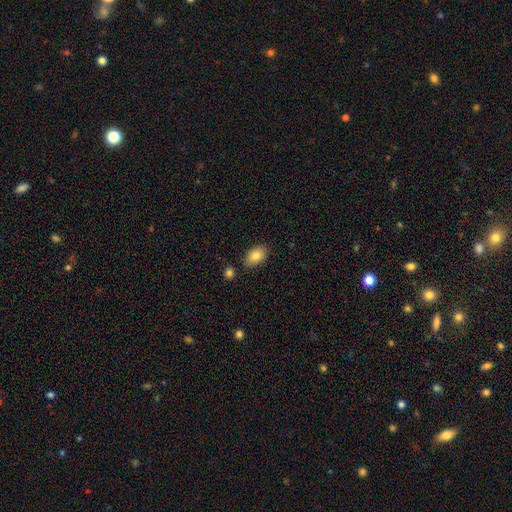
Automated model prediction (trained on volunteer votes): Q: Smooth or featured?
A: smooth (83%); runner-up: featured or disk (9%)
Q: How rounded?
A: in between (88%); runner-up: round (10%)
Q: Merging?
A: none (83%); runner-up: minor disturbance (11%)